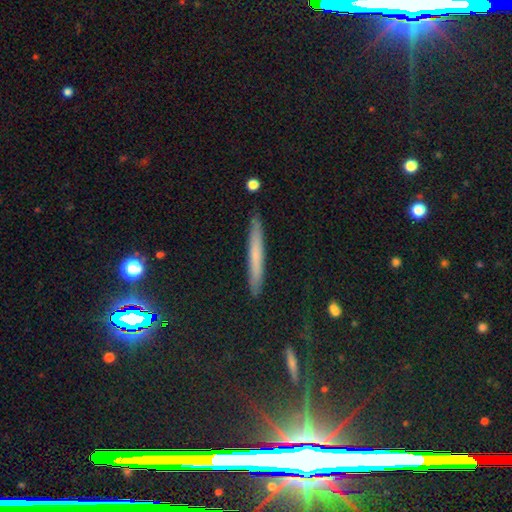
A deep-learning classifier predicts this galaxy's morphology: Smooth or featured: smooth — 54% (featured or disk — 36%)
How rounded: cigar-shaped — 96% (in between — 3%)
Merging: none — 89% (minor disturbance — 8%)